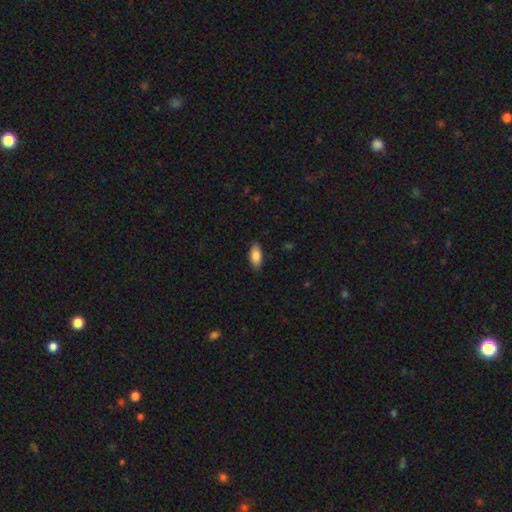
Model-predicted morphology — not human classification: This appears to be a smooth galaxy with no disk features (86%) that is in between round and cigar-shaped (90%). Merging: none (85%).